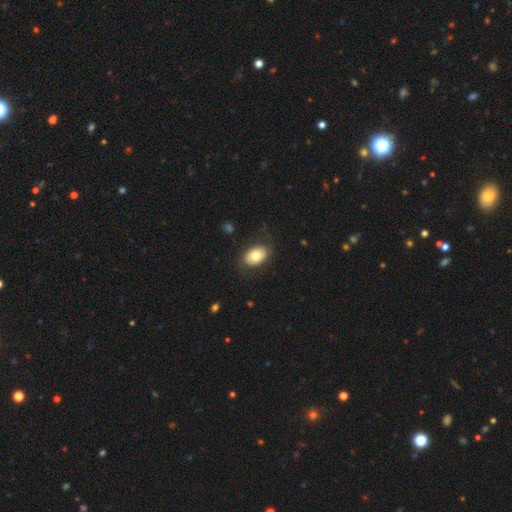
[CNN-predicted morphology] Overall: smooth (75%). How rounded: in between (84%). Merging: none (79%).